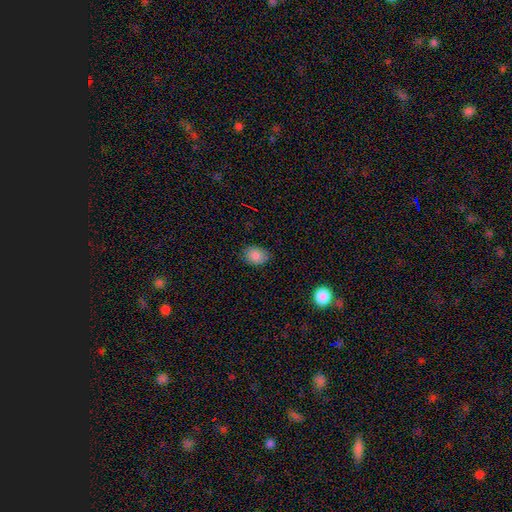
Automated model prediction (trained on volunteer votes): Smooth or featured? Predicted: smooth (p=0.85). How rounded? Predicted: in between (p=0.66). Merging? Predicted: none (p=0.83).